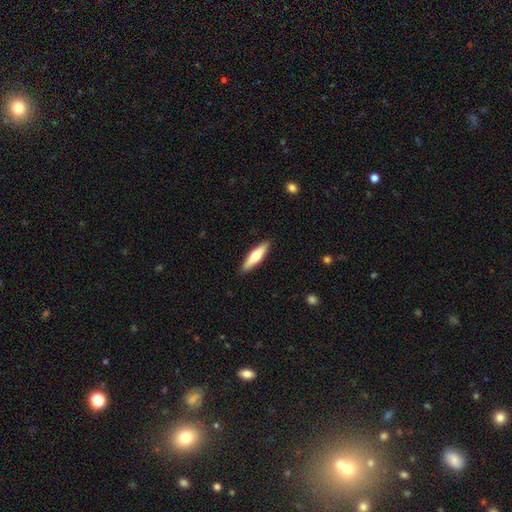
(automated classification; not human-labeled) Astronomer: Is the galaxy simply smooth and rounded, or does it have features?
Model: smooth — 55% (runner-up: featured or disk, 40%).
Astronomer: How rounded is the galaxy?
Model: cigar-shaped — 73%.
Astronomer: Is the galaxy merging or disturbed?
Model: none — 90%.